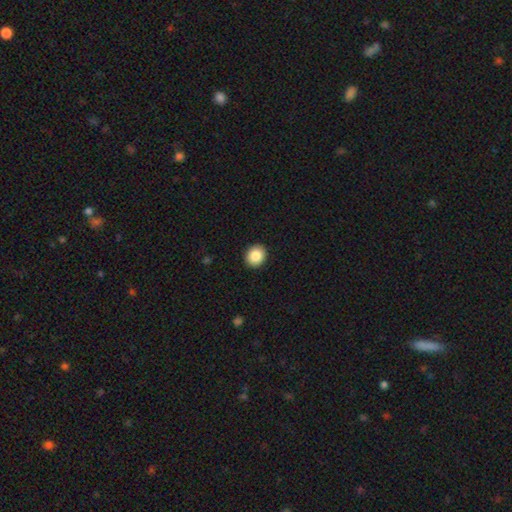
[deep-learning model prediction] smooth 87%, star or artifact 8%, featured or disk 5%. Down the decision tree: how rounded — round (75%); merging — none (92%).